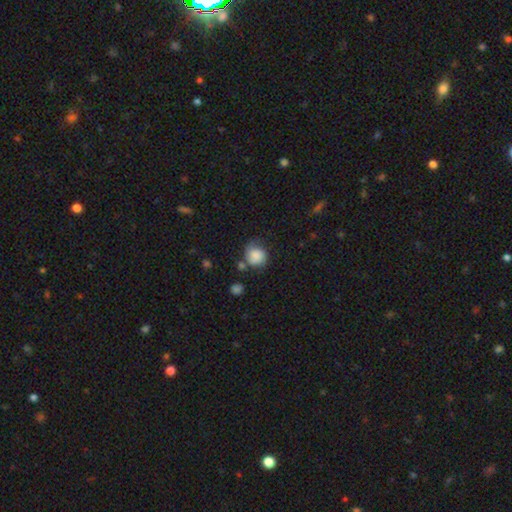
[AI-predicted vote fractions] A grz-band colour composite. It shows a smooth galaxy with no disk features (77%) that is round (81%). Merging: none (52%).